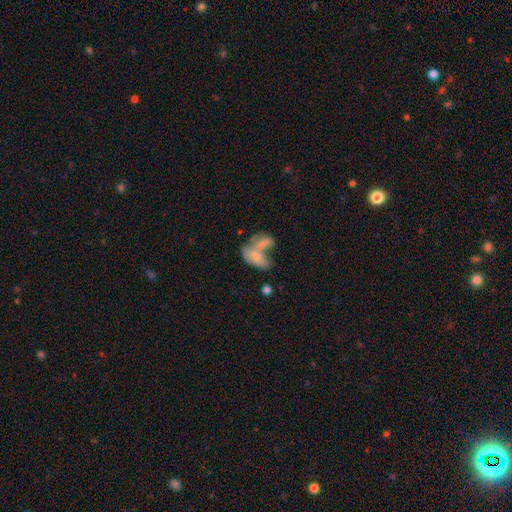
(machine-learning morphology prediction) smooth_or_featured: smooth (p=0.66) [alt: featured or disk p=0.26]
how_rounded: in between (p=0.88) [alt: round p=0.06]
merging: merger (p=0.65) [alt: none p=0.17]